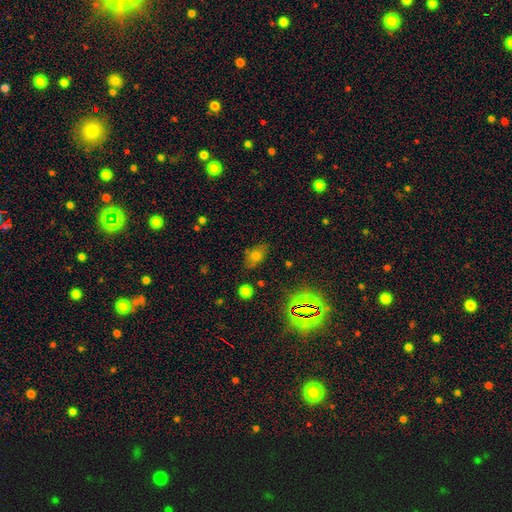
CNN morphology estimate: A smooth galaxy with no disk features (67%) that is in between round and cigar-shaped (82%).

Vote fractions:
- Smooth or featured? smooth: 67% / star or artifact: 19% / featured or disk: 14%
- How rounded? in between: 82% / round: 15% / cigar-shaped: 3%
- Merging? none: 75% / minor disturbance: 17% / major disturbance: 5% / merger: 3%